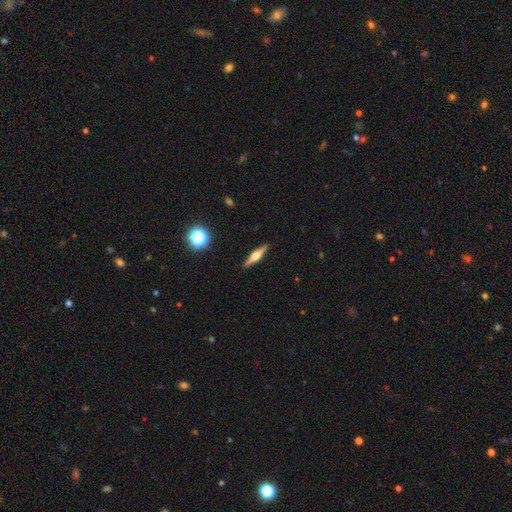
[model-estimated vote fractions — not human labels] This is likely a featured or disk galaxy (67%). It is clearly viewed edge-on (97%). Edge-on bulge: clearly rounded (91%). Merging: clearly none (91%).